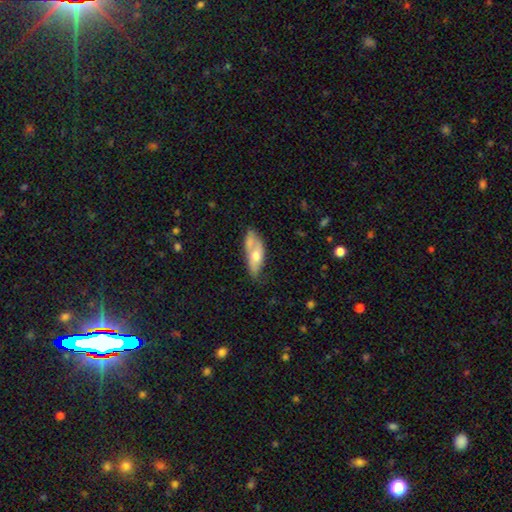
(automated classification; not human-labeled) This appears to be a smooth galaxy with no disk features (55%) that is in between round and cigar-shaped (75%). Merging: none (39%).